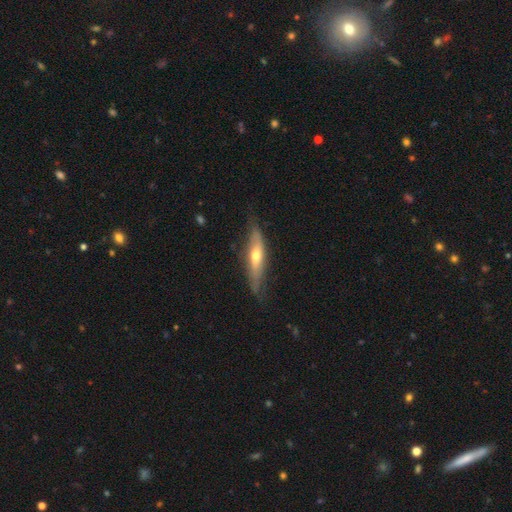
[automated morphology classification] This is possibly a featured or disk galaxy (53%). It is likely viewed edge-on (68%). Merging: likely none (65%).